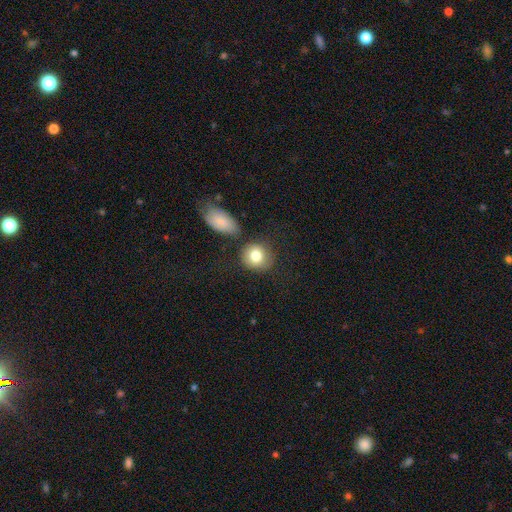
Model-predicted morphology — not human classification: This appears to be a smooth galaxy with no disk features (81%) that is round (82%). Merging: none (70%).